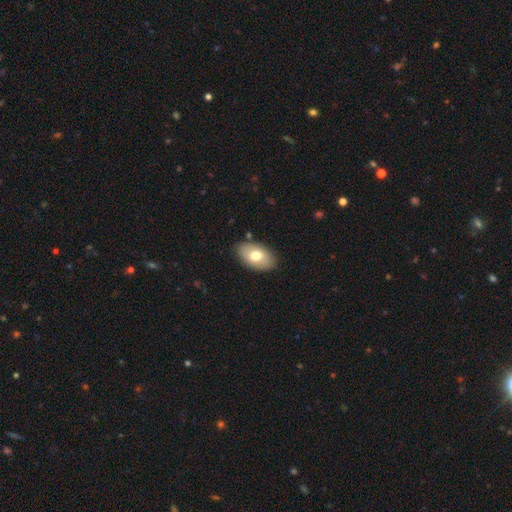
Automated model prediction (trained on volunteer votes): Smooth or featured? smooth (71%)
How rounded? in between (93%)
Merging? none (85%)